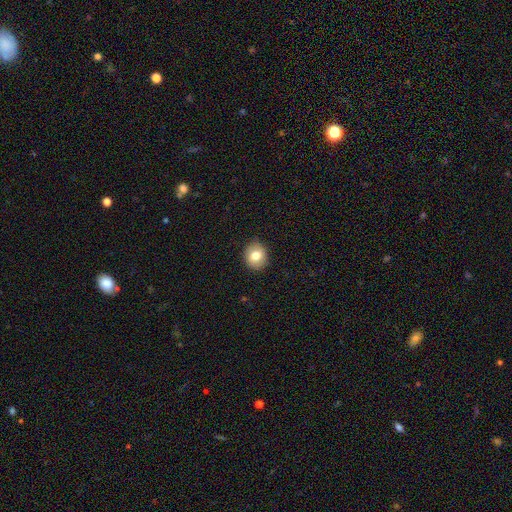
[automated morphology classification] Smooth or featured? smooth (78%)
How rounded? round (76%)
Merging? none (89%)